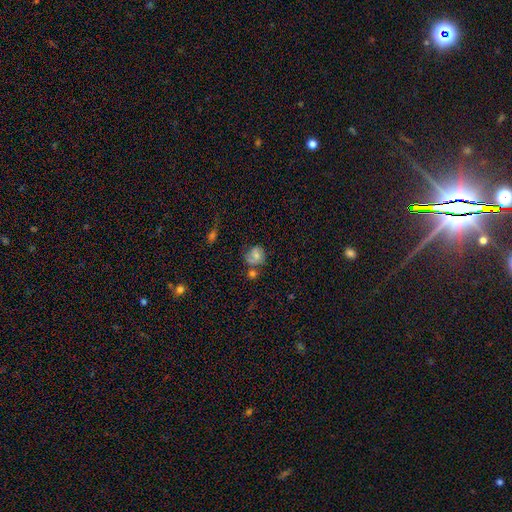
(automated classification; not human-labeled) A smooth galaxy with no disk features (54%) that is round (74%). Merging: none (54%).